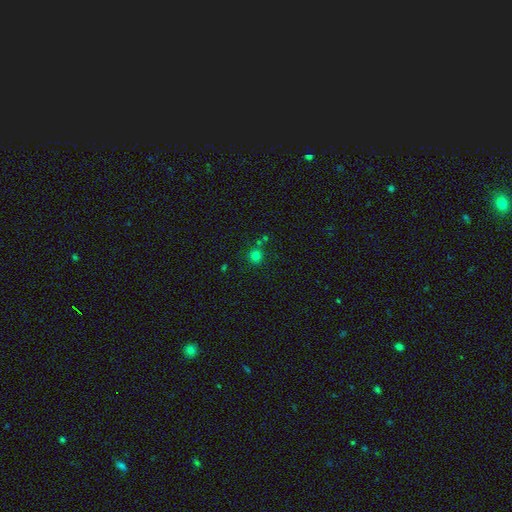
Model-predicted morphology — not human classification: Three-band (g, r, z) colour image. It shows a smooth galaxy with no disk features (76%) that is round (92%). Merging: none (75%).